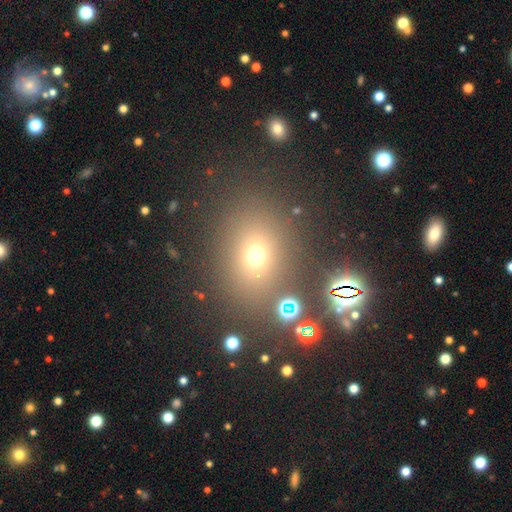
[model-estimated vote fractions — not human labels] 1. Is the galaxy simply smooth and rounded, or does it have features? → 61% smooth, 28% star or artifact, 11% featured or disk.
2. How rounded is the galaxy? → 53% round, 45% in between, 1% cigar-shaped.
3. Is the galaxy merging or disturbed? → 79% none, 10% minor disturbance, 6% merger, 5% major disturbance.